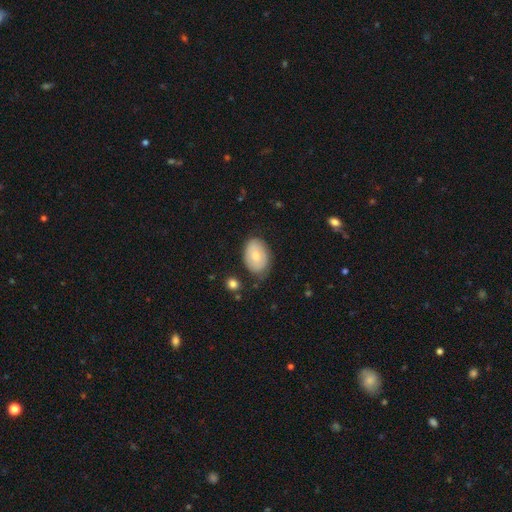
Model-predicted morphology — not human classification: The model was most divided on "smooth or featured": smooth: 72%, featured or disk: 22%, star or artifact: 6%. More confident: how rounded — in between (87%); merging — none (73%).